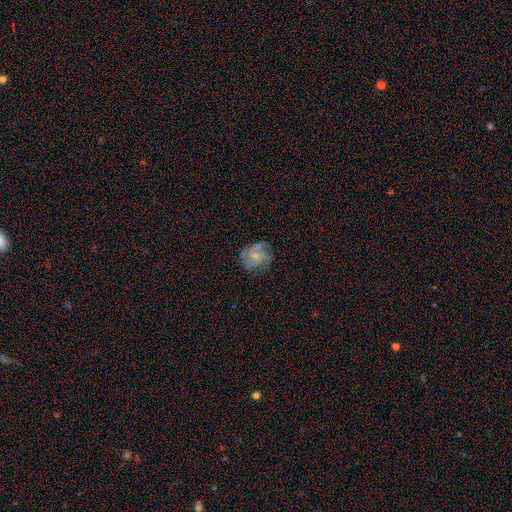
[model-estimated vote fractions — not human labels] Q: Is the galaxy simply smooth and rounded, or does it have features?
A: smooth — 47%.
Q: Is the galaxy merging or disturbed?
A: none — 59%.